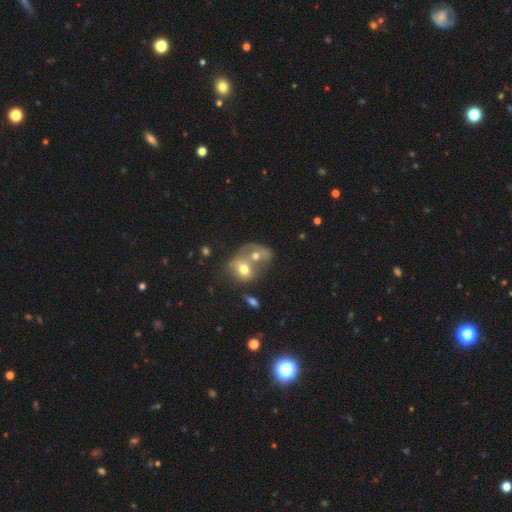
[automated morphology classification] The model was most divided on "how rounded": round: 51%, in between: 47%, cigar-shaped: 2%. More confident: merging — merger (71%); smooth or featured — smooth (59%).